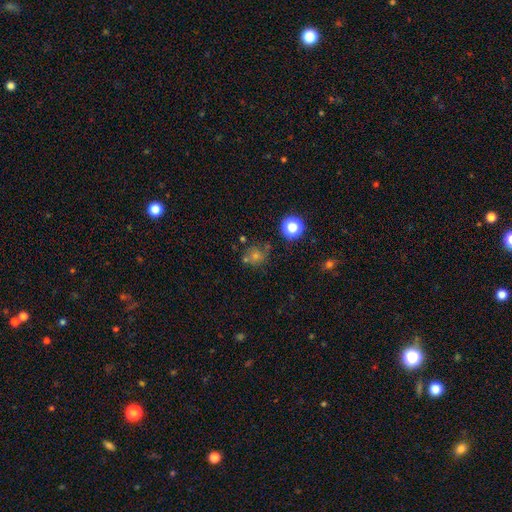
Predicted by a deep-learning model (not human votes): A smooth galaxy with no disk features (51%) that is round (82%).

Vote fractions:
- Smooth or featured? smooth: 51% / star or artifact: 33% / featured or disk: 16%
- How rounded? round: 82% / in between: 17% / cigar-shaped: 1%
- Merging? none: 67% / minor disturbance: 14% / merger: 13% / major disturbance: 6%